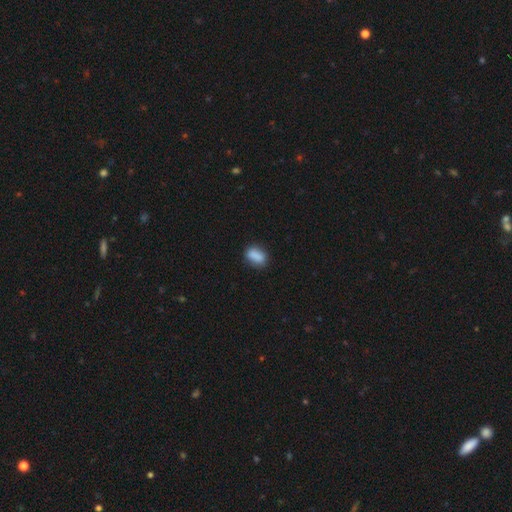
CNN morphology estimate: smooth_or_featured: smooth (p=0.86) [alt: star or artifact p=0.08]
how_rounded: in between (p=0.80) [alt: round p=0.13]
merging: none (p=0.78) [alt: minor disturbance p=0.16]